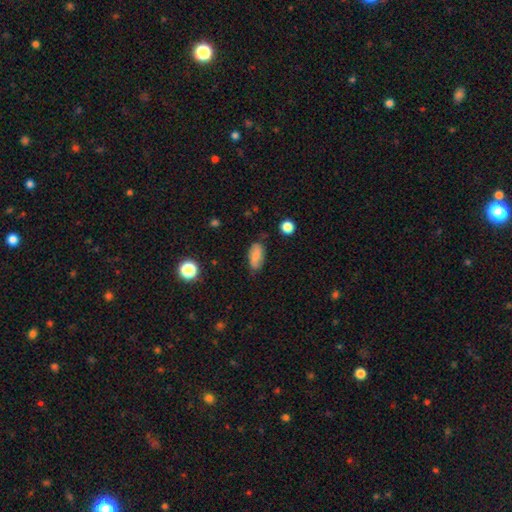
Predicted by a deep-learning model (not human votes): A smooth galaxy with no disk features (78%) that is in between round and cigar-shaped (87%).

Vote fractions:
- Smooth or featured? smooth: 78% / featured or disk: 13% / star or artifact: 8%
- How rounded? in between: 87% / cigar-shaped: 9% / round: 4%
- Merging? none: 75% / minor disturbance: 20% / major disturbance: 4% / merger: 2%